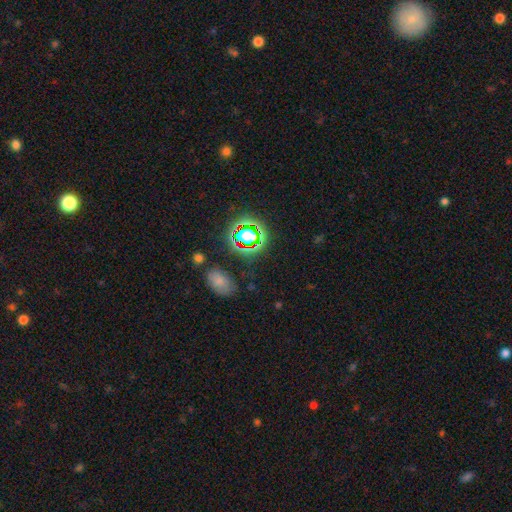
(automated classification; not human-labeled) This is likely a star or artifact rather than a galaxy (65%).